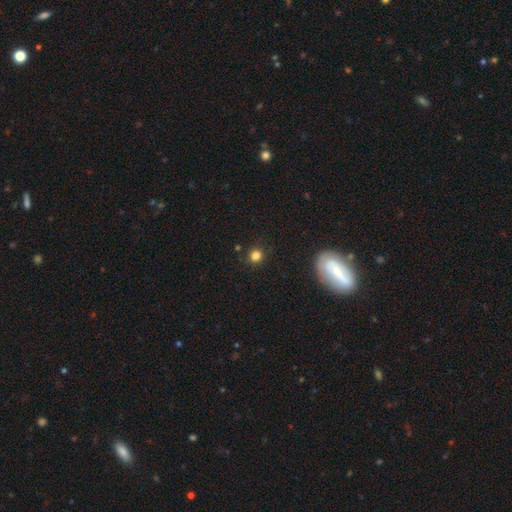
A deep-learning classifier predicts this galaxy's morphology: Smooth or featured? Predicted: smooth (p=0.81). How rounded? Predicted: round (p=0.90). Merging? Predicted: none (p=0.86).